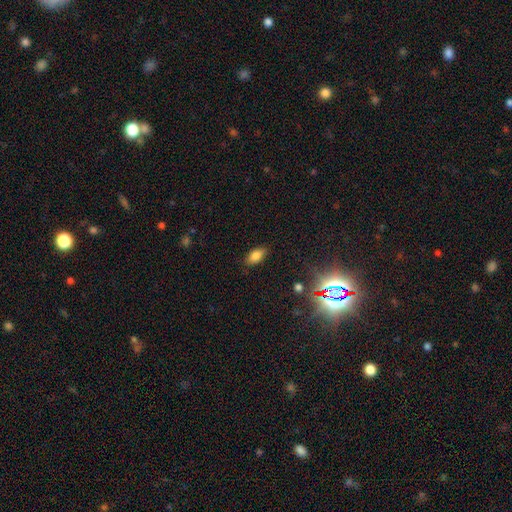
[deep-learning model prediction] Smooth or featured?
  - smooth: 80% *
  - star or artifact: 12%
  - featured or disk: 8%
How rounded?
  - in between: 89% *
  - cigar-shaped: 6%
  - round: 5%
Merging?
  - none: 86% *
  - minor disturbance: 10%
  - major disturbance: 3%
  - merger: 1%